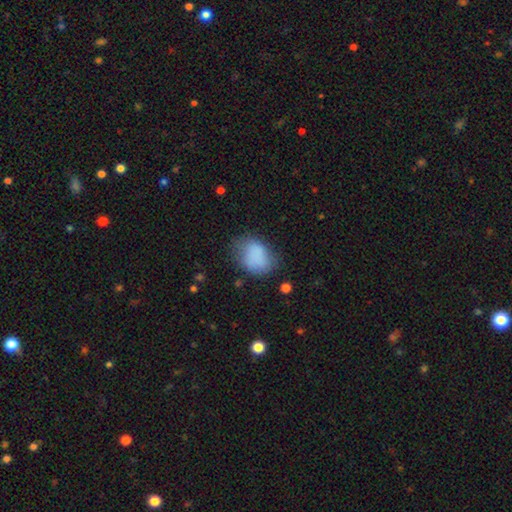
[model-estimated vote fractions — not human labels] The model was most divided on "merging": none: 51%, minor disturbance: 32%, major disturbance: 14%, merger: 3%. More confident: smooth or featured — smooth (81%); how rounded — in between (66%).